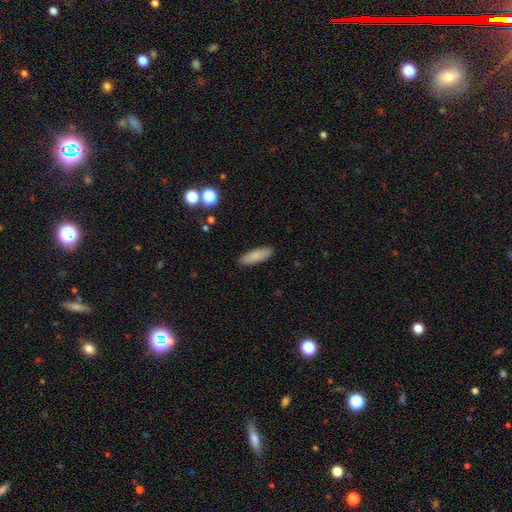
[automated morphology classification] Smooth or featured?
  - smooth: 85% *
  - featured or disk: 8%
  - star or artifact: 7%
How rounded?
  - cigar-shaped: 53% *
  - in between: 46%
  - round: 2%
Merging?
  - none: 90% *
  - minor disturbance: 8%
  - major disturbance: 2%
  - merger: 1%